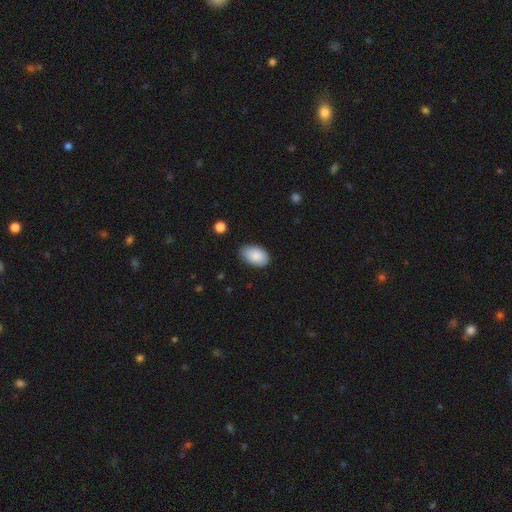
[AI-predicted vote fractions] This is clearly a smooth galaxy (88%). How rounded: clearly in between (93%). Merging: clearly none (82%).